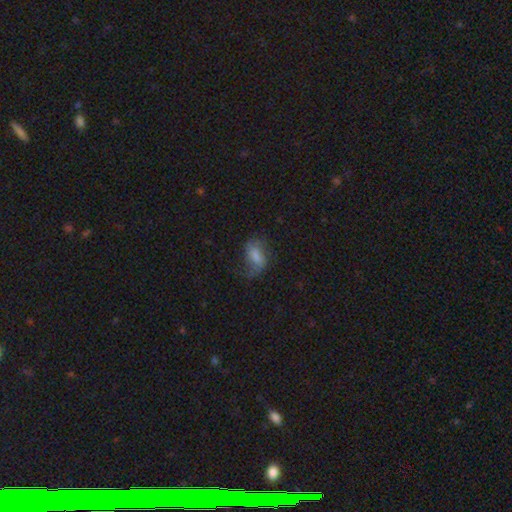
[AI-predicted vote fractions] smooth-or-featured: smooth: 47% | featured or disk: 42% | star or artifact: 11%
  merging: none: 51% | minor disturbance: 25% | major disturbance: 22% | merger: 2%